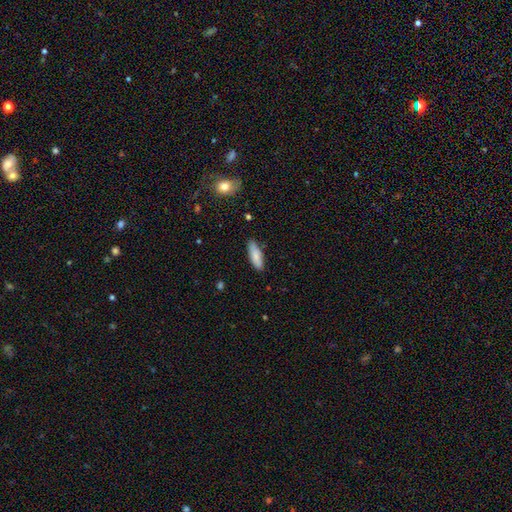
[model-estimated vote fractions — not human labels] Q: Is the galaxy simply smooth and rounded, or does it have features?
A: smooth — 83%.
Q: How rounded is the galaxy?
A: in between — 54%.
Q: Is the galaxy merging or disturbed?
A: none — 84%.